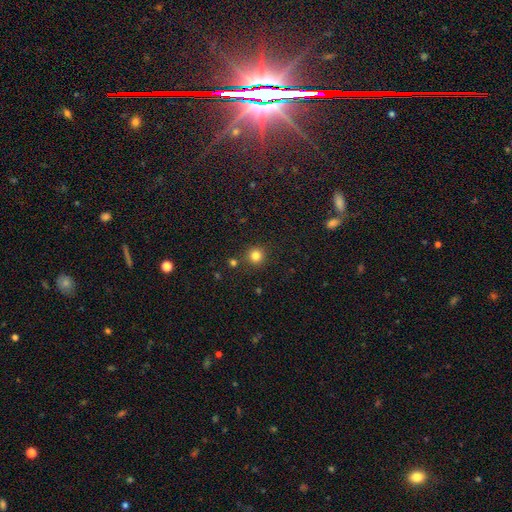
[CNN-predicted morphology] Overall: smooth (81%). How rounded: round (94%). Merging: none (86%).